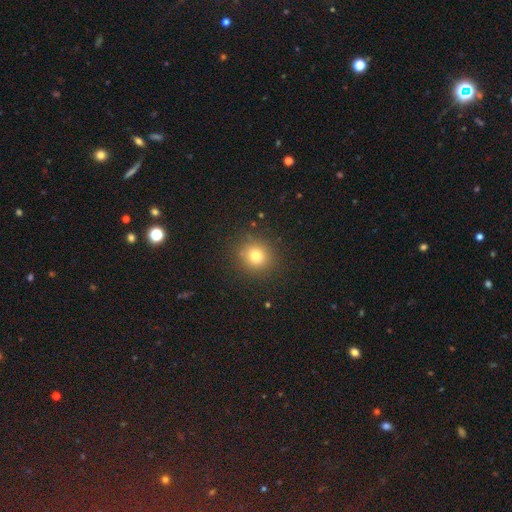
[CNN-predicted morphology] The model was most divided on "smooth or featured": smooth: 77%, star or artifact: 15%, featured or disk: 8%. More confident: how rounded — round (90%); merging — none (88%).